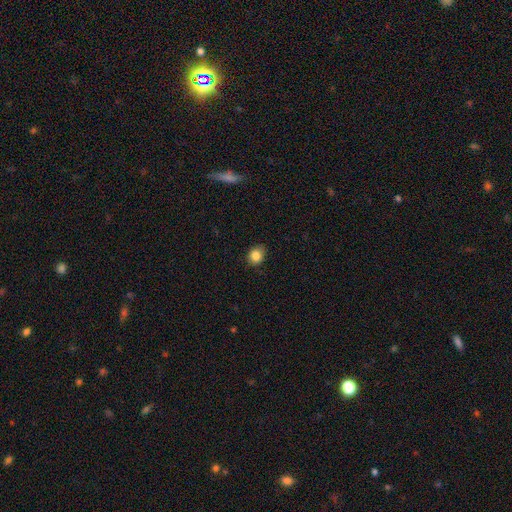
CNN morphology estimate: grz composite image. It shows a smooth galaxy with no disk features (85%) that is round (63%). Merging: none (85%).